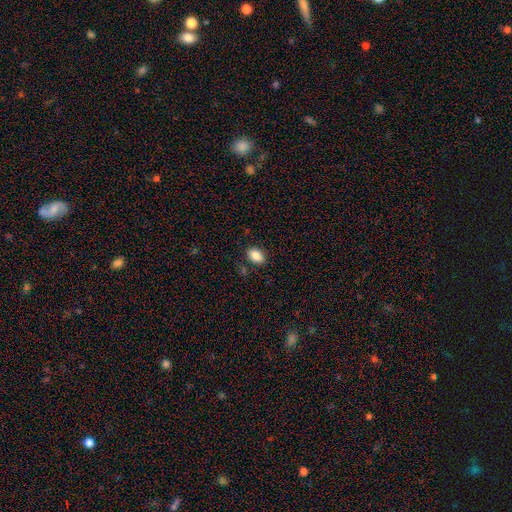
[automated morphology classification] type=smooth (88%); roundness=in between (87%); merging=none (84%).